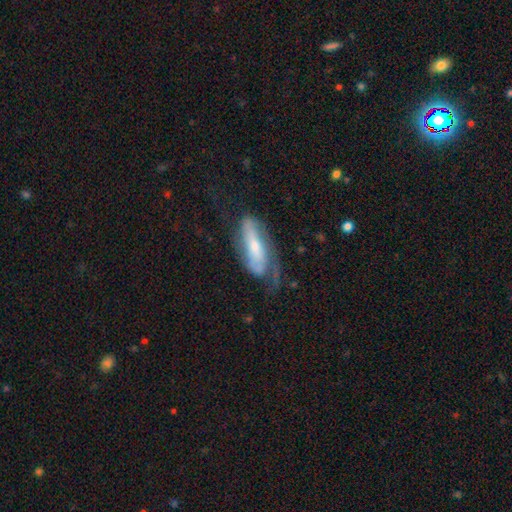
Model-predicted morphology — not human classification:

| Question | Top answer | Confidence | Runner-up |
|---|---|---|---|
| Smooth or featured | featured or disk | 59% | smooth (35%) |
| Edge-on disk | no | 78% | yes (22%) |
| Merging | none | 39% | major disturbance (33%) |